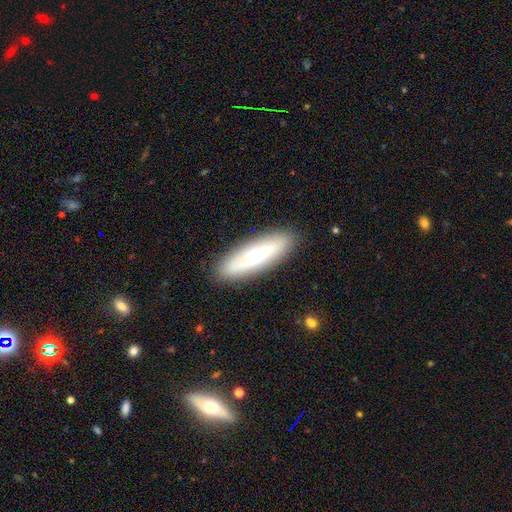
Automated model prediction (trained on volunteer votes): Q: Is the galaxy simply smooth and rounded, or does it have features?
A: smooth — 51%.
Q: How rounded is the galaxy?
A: in between — 50%.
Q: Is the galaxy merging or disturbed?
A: none — 88%.